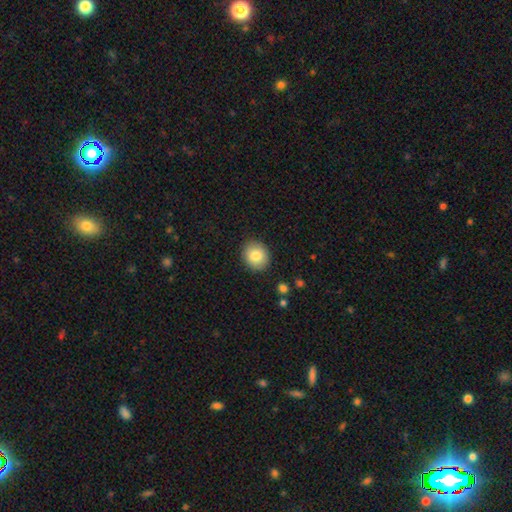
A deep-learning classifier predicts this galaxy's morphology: A smooth galaxy with no disk features (83%) that is round (75%).

Vote fractions:
- Smooth or featured? smooth: 83% / featured or disk: 9% / star or artifact: 8%
- How rounded? round: 75% / in between: 24% / cigar-shaped: 1%
- Merging? none: 89% / minor disturbance: 8% / major disturbance: 2% / merger: 1%